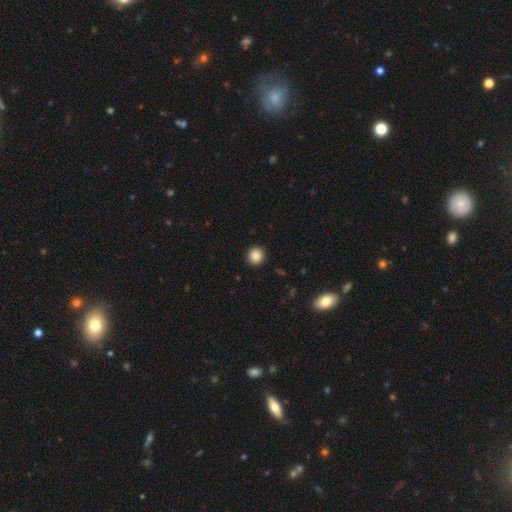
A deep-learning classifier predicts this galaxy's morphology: Overall: smooth (87%). How rounded: round (88%). Merging: none (92%).